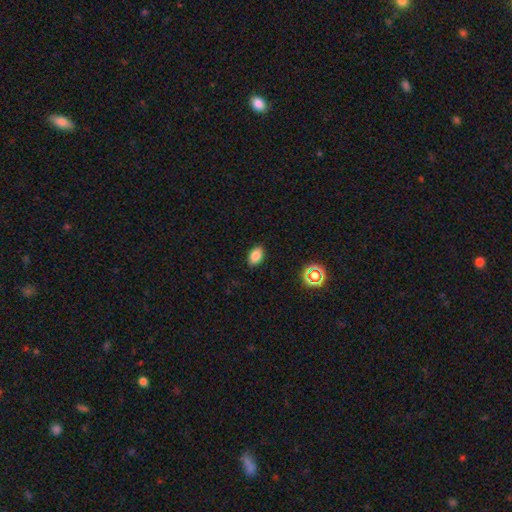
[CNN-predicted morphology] smooth 83%, star or artifact 11%, featured or disk 6%. Down the decision tree: how rounded — in between (88%); merging — none (88%).